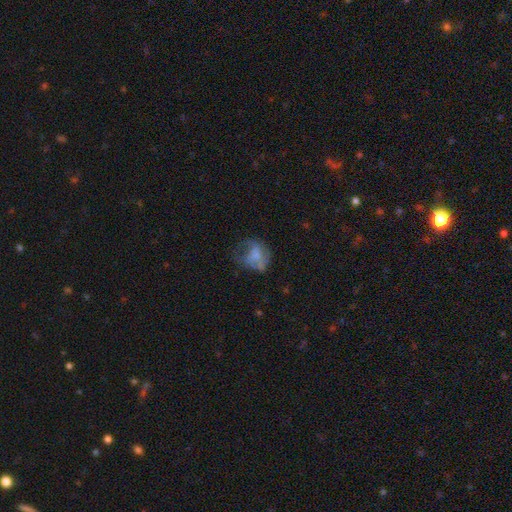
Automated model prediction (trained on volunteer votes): smooth_or_featured: smooth (p=0.51) [alt: featured or disk p=0.38]
how_rounded: round (p=0.51) [alt: in between p=0.48]
merging: none (p=0.37) [alt: major disturbance p=0.35]